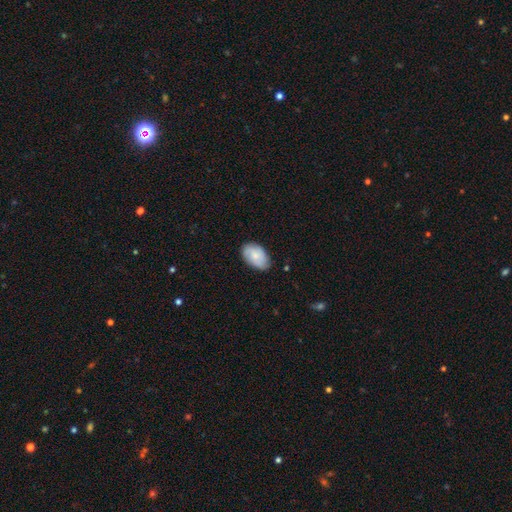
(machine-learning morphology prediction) Q: Smooth or featured?
A: smooth (72%); runner-up: featured or disk (21%)
Q: How rounded?
A: in between (93%); runner-up: round (6%)
Q: Merging?
A: none (77%); runner-up: minor disturbance (19%)